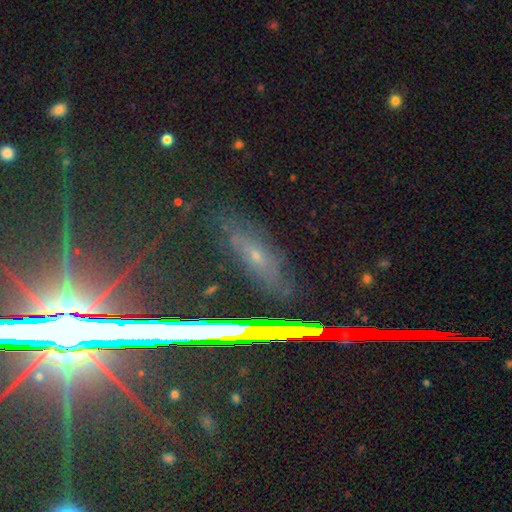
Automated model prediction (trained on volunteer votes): Smooth or featured? star or artifact (46%)